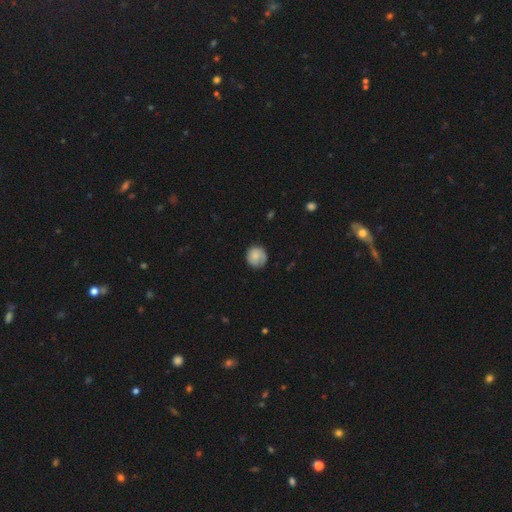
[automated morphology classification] Overall: smooth (79%). How rounded: round (90%). Merging: none (75%).